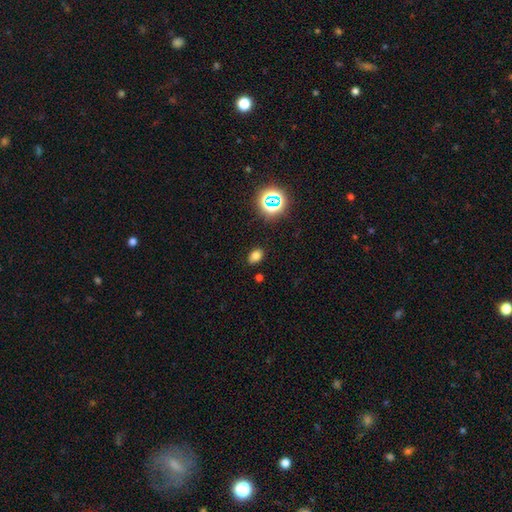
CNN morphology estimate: Smooth or featured?
  - smooth: 73% *
  - star or artifact: 19%
  - featured or disk: 7%
How rounded?
  - in between: 79% *
  - round: 20%
  - cigar-shaped: 1%
Merging?
  - none: 85% *
  - minor disturbance: 11%
  - major disturbance: 3%
  - merger: 2%